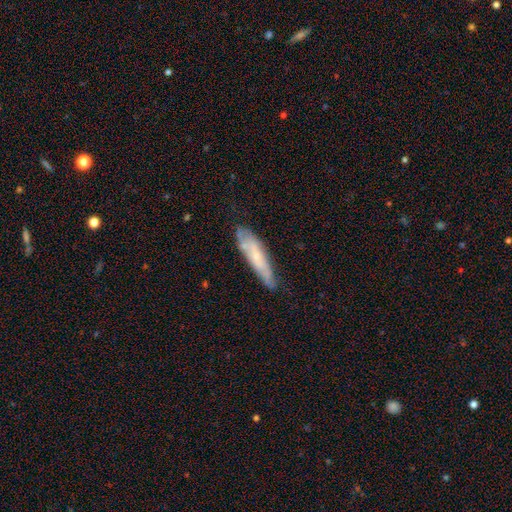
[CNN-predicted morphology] A smooth galaxy with no disk features (48%). Merging: none (63%).